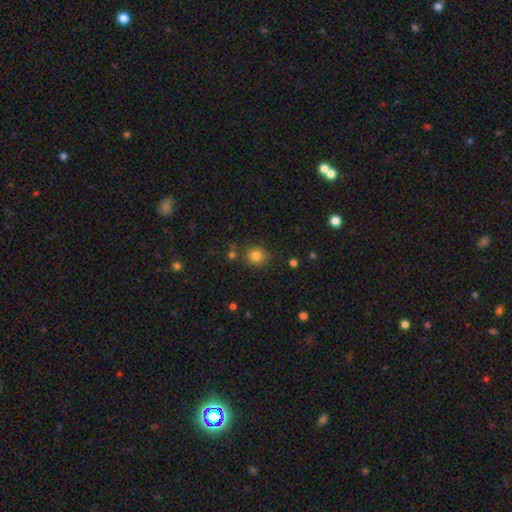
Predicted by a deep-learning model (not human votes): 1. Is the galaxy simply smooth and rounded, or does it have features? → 80% smooth, 13% star or artifact, 6% featured or disk.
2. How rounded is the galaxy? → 86% round, 13% in between, 1% cigar-shaped.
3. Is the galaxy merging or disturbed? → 76% none, 15% minor disturbance, 6% merger, 4% major disturbance.